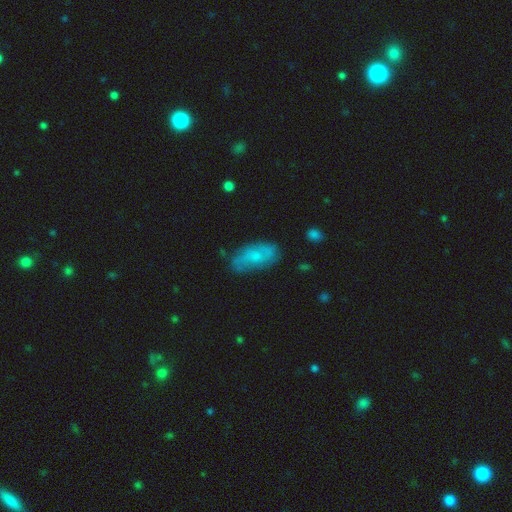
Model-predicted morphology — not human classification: The model was most divided on "smooth or featured": smooth: 52%, featured or disk: 40%, star or artifact: 8%. More confident: how rounded — in between (89%); merging — none (68%).